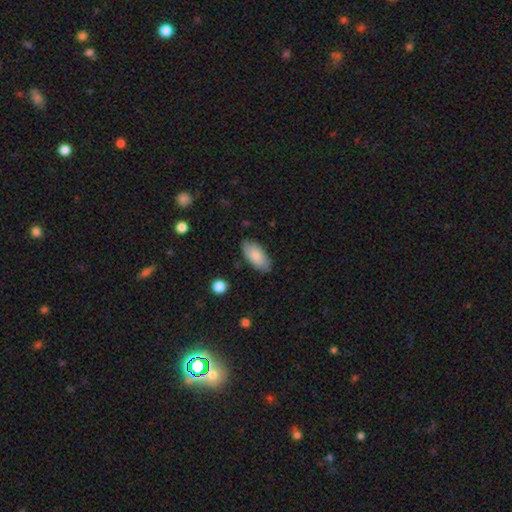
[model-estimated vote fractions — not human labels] Morphology: type=smooth (84%); roundness=in between (92%); merging=none (83%).